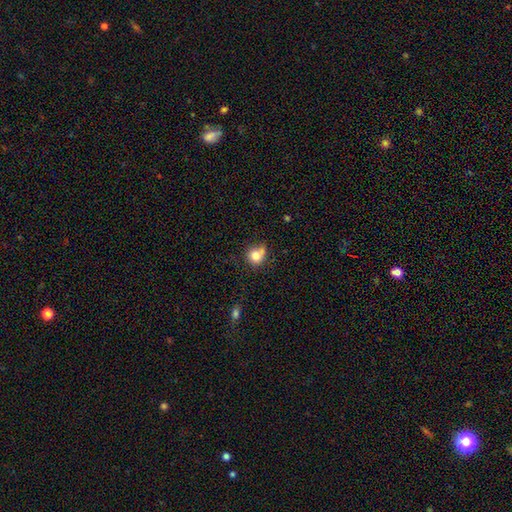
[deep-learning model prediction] This appears to be a smooth galaxy with no disk features (79%) that is round (83%). Merging: none (51%).